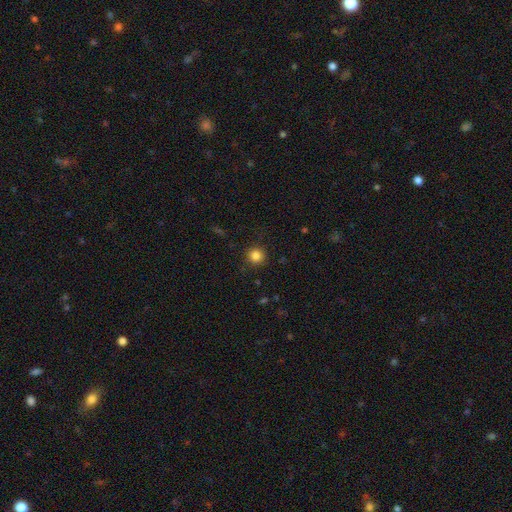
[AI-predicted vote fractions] The model was most divided on "smooth or featured": smooth: 84%, star or artifact: 12%, featured or disk: 4%. More confident: how rounded — round (94%); merging — none (89%).